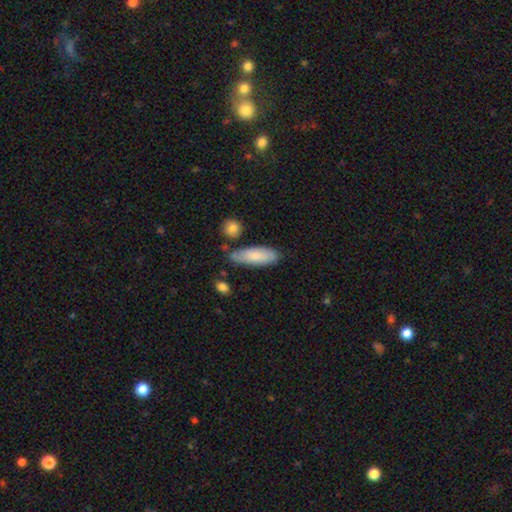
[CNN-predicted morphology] Smooth or featured: smooth — 80% (featured or disk — 15%)
How rounded: in between — 64% (cigar-shaped — 34%)
Merging: none — 70% (minor disturbance — 21%)